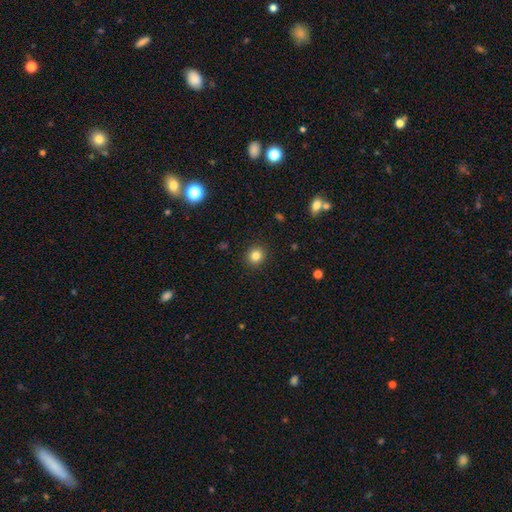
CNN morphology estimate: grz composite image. It shows a smooth galaxy with no disk features (83%) that is round (88%). Merging: none (92%).